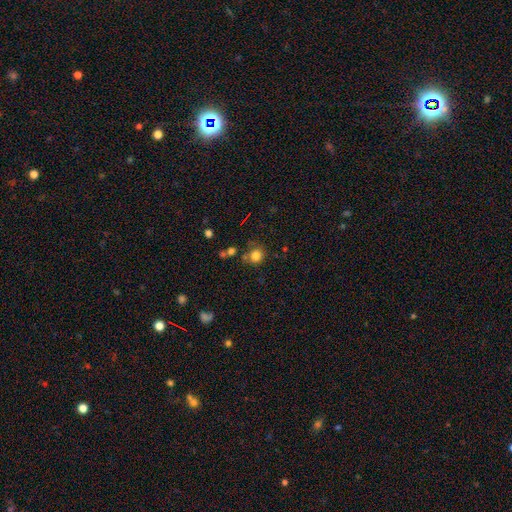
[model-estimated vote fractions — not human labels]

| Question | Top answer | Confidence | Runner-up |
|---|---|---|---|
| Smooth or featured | smooth | 81% | star or artifact (13%) |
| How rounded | round | 85% | in between (14%) |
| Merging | none | 67% | minor disturbance (16%) |